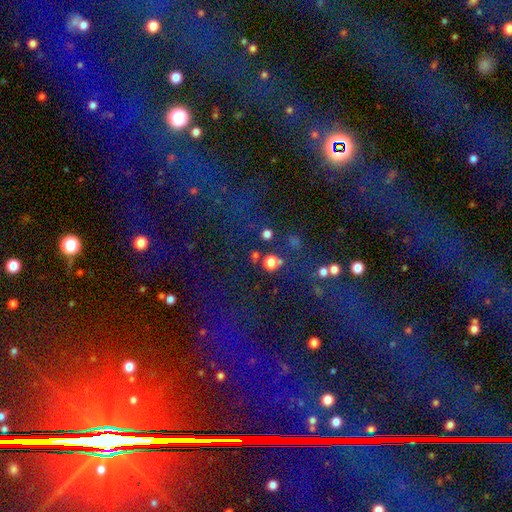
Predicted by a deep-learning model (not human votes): Overall: star or artifact (77%).